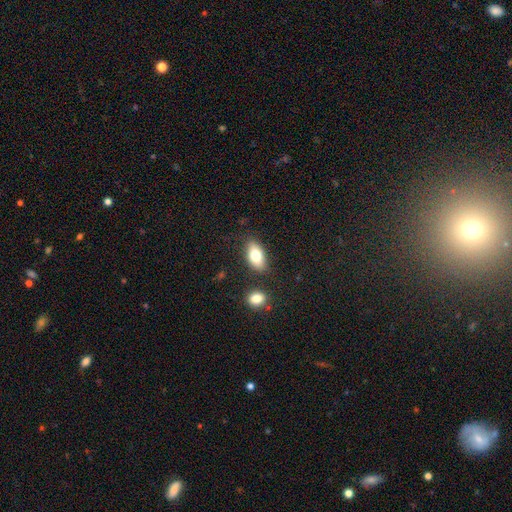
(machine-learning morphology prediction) smooth-or-featured: smooth: 77% | featured or disk: 16% | star or artifact: 7%
  how-rounded: in between: 88% | cigar-shaped: 6% | round: 5%
  merging: none: 80% | minor disturbance: 11% | merger: 6% | major disturbance: 3%